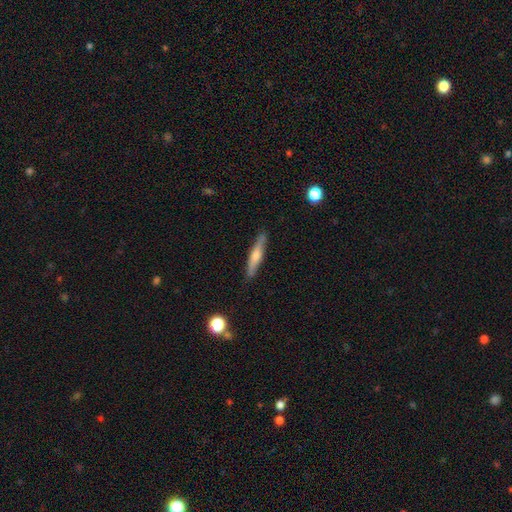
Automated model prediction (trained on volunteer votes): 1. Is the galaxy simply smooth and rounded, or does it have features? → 47% smooth (tied), 47% featured or disk (tied), 6% star or artifact.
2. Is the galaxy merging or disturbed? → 87% none, 10% minor disturbance, 2% major disturbance, 1% merger.